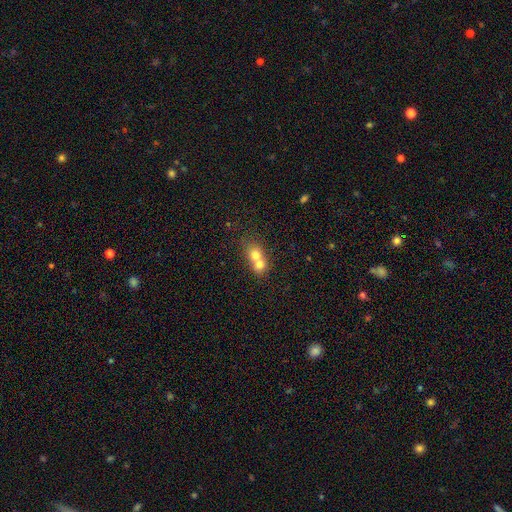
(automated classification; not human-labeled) This appears to be a smooth galaxy with no disk features (70%) that is round (68%). Merging: merger (73%).